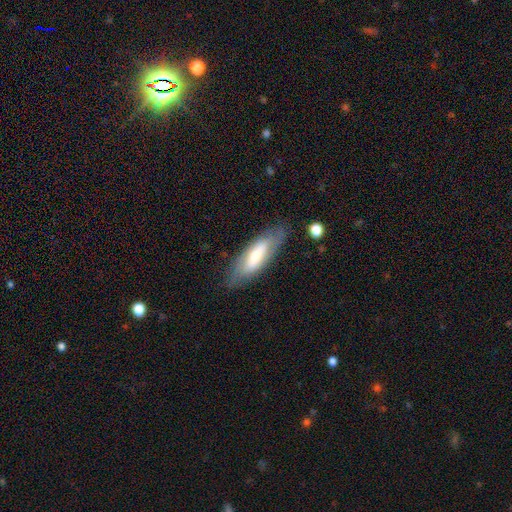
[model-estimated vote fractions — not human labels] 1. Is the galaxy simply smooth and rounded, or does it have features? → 49% smooth, 45% featured or disk, 6% star or artifact.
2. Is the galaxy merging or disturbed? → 78% none, 15% minor disturbance, 5% major disturbance, 2% merger.